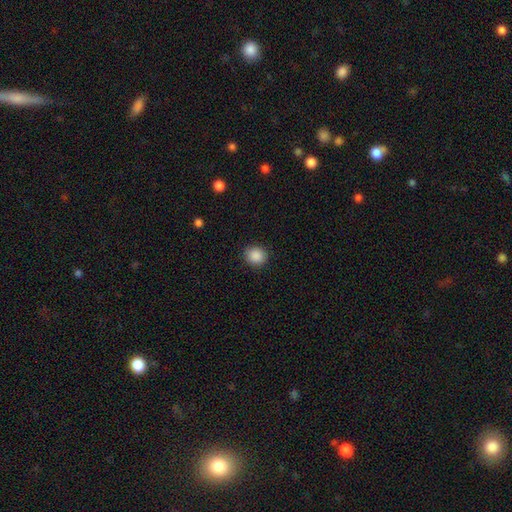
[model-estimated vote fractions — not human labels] Overall: smooth (88%). How rounded: round (80%). Merging: none (89%).